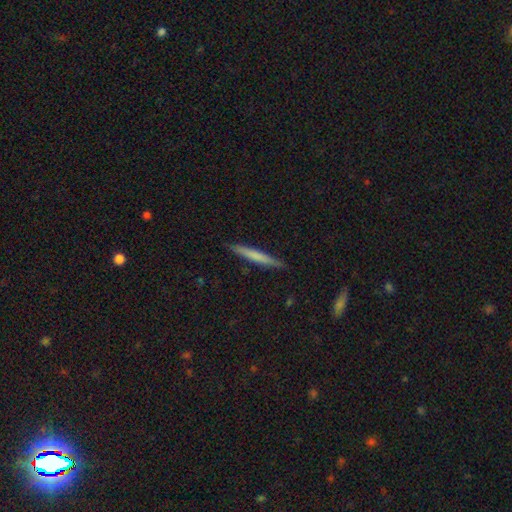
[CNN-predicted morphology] A smooth galaxy with no disk features (64%) that is cigar-shaped (96%).

Vote fractions:
- Smooth or featured? smooth: 64% / featured or disk: 31% / star or artifact: 5%
- How rounded? cigar-shaped: 96% / in between: 3% / round: 1%
- Merging? none: 90% / minor disturbance: 8% / major disturbance: 1% / merger: 1%